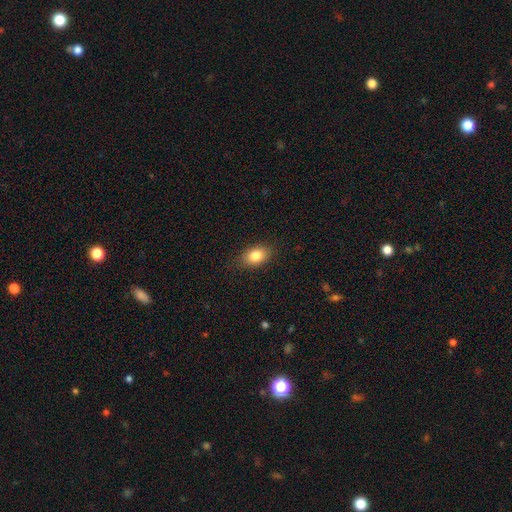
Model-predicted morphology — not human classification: Q: Smooth or featured?
A: smooth (83%); runner-up: star or artifact (9%)
Q: How rounded?
A: in between (79%); runner-up: round (20%)
Q: Merging?
A: none (84%); runner-up: minor disturbance (12%)